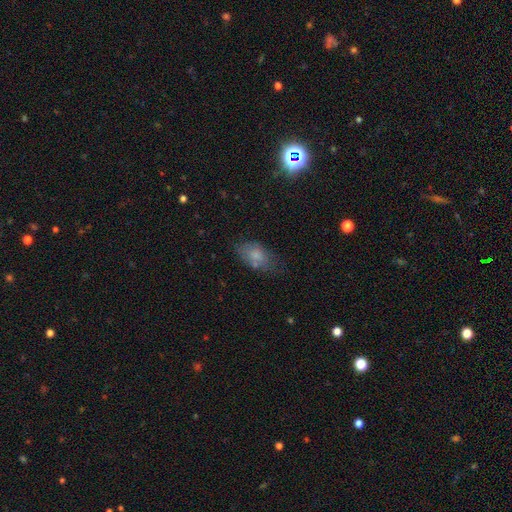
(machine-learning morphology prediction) smooth-or-featured: smooth: 75% | featured or disk: 15% | star or artifact: 10%
  how-rounded: in between: 90% | round: 7% | cigar-shaped: 3%
  merging: none: 58% | minor disturbance: 25% | major disturbance: 9% | merger: 7%